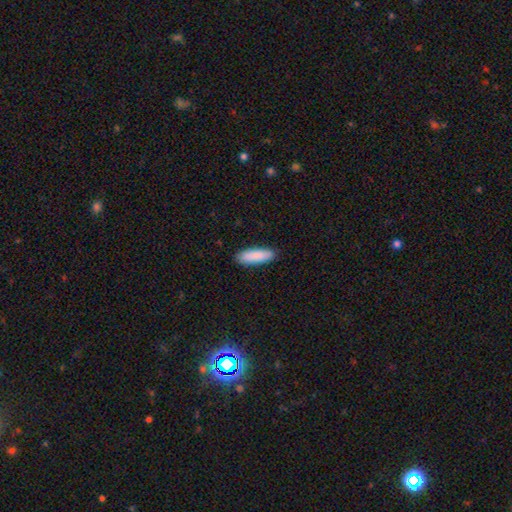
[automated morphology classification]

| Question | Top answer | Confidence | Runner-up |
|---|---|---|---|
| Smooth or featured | smooth | 89% | featured or disk (5%) |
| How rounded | cigar-shaped | 51% | in between (47%) |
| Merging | none | 90% | minor disturbance (8%) |